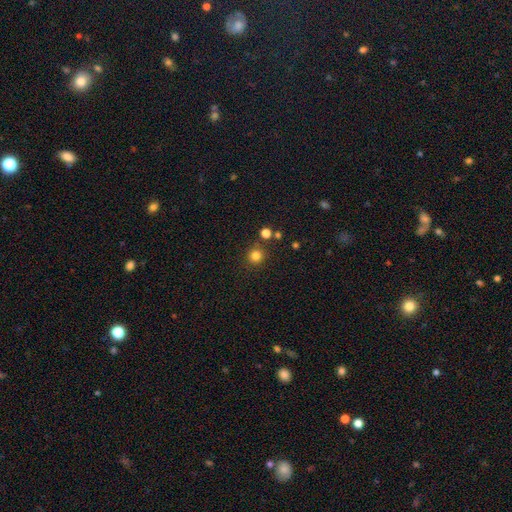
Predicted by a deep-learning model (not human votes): A smooth galaxy with no disk features (81%) that is round (93%).

Vote fractions:
- Smooth or featured? smooth: 81% / star or artifact: 14% / featured or disk: 5%
- How rounded? round: 93% / in between: 6% / cigar-shaped: 1%
- Merging? none: 85% / minor disturbance: 7% / merger: 5% / major disturbance: 3%